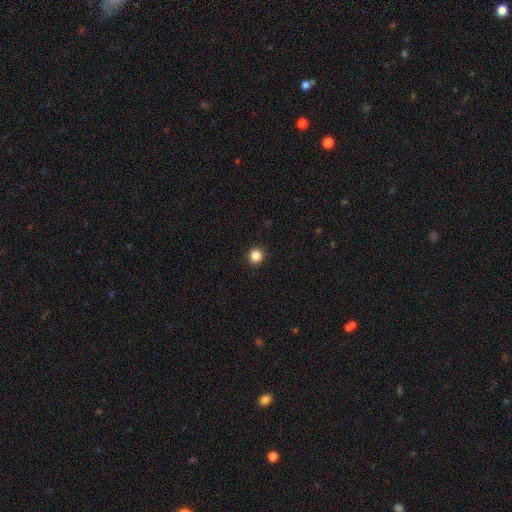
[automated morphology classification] Q: Smooth or featured?
A: smooth (85%); runner-up: star or artifact (11%)
Q: How rounded?
A: round (94%); runner-up: in between (5%)
Q: Merging?
A: none (94%); runner-up: minor disturbance (4%)